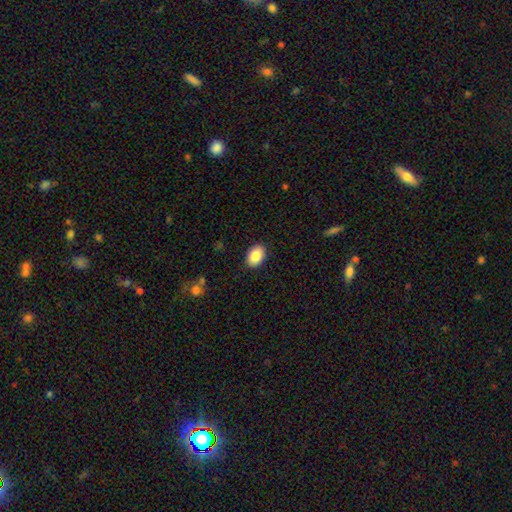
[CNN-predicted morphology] smooth-or-featured: smooth: 87% | star or artifact: 7% | featured or disk: 6%
  how-rounded: in between: 83% | round: 16% | cigar-shaped: 1%
  merging: none: 89% | minor disturbance: 8% | major disturbance: 2% | merger: 1%